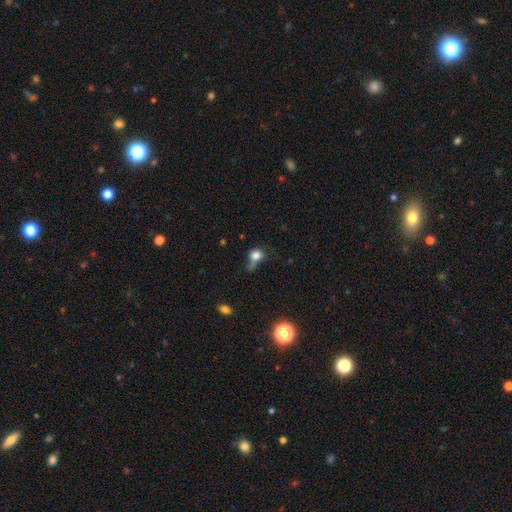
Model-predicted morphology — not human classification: smooth 75%, star or artifact 14%, featured or disk 11%. Down the decision tree: how rounded — round (68%); merging — none (33%).